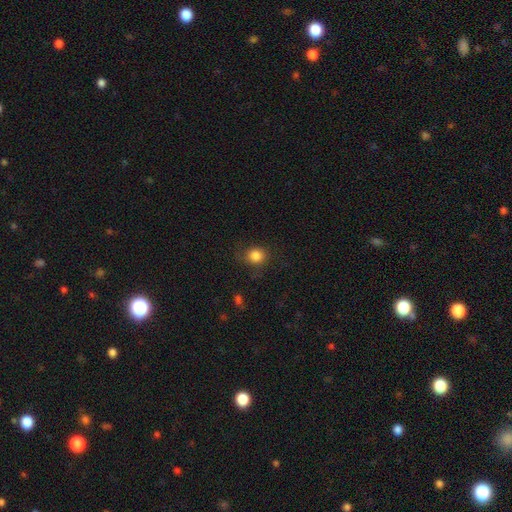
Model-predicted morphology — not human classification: A smooth galaxy with no disk features (84%) that is round (82%). Merging: none (76%).